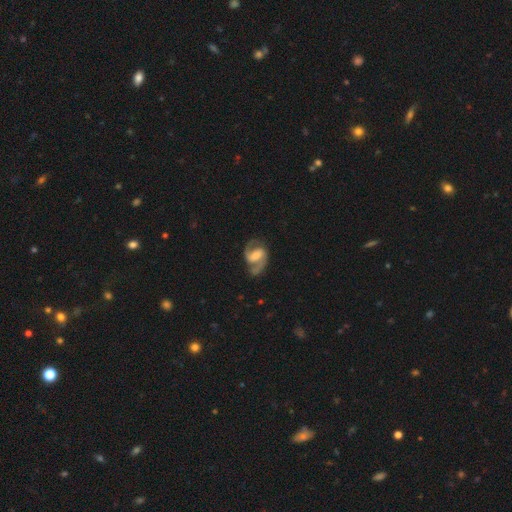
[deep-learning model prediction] The model was most divided on "bulge size": moderate: 38%, small: 29%, none: 16%, large: 15%, dominant: 2%. Remaining: edge-on disk — no (98%); spiral arms — yes (97%); spiral arm count — 2 (92%); smooth or featured — featured or disk (88%); merging — none (76%); spiral winding — medium (61%); bar — weak (46%).